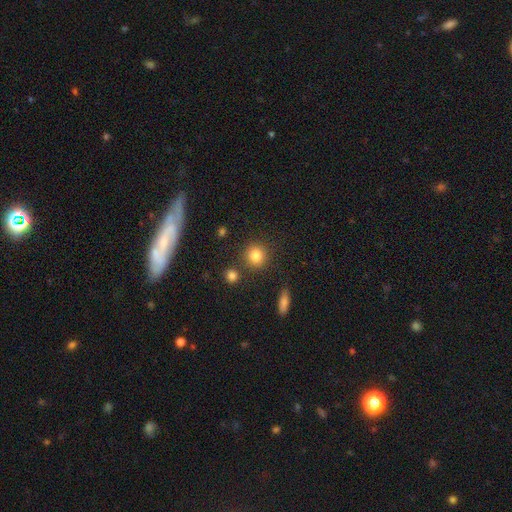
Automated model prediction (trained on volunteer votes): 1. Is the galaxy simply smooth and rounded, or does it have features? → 83% smooth, 11% star or artifact, 6% featured or disk.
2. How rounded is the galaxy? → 88% round, 11% in between, 1% cigar-shaped.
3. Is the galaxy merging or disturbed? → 83% none, 8% minor disturbance, 6% merger, 3% major disturbance.